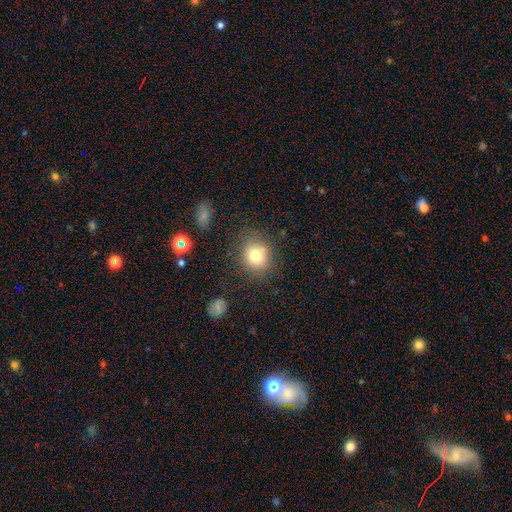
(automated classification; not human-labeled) Smooth or featured? Predicted: smooth (p=0.77). How rounded? Predicted: round (p=0.76). Merging? Predicted: none (p=0.78).